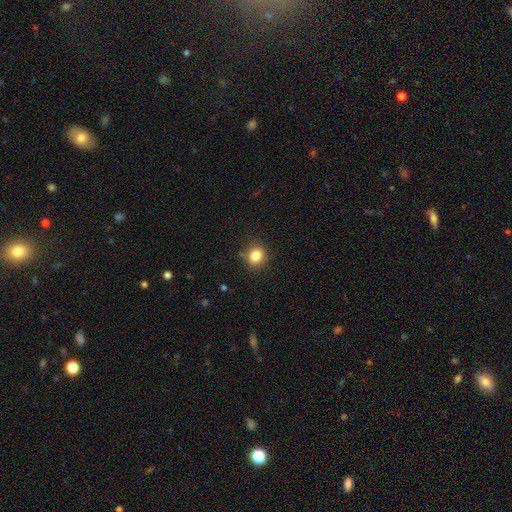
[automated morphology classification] type=smooth (83%); roundness=round (77%); merging=none (84%).